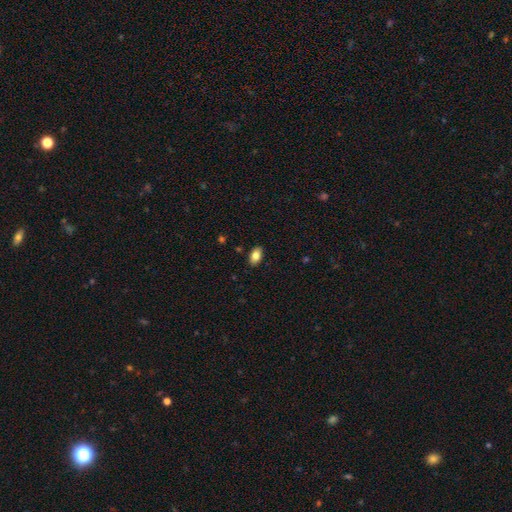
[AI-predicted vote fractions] Q: Smooth or featured?
A: smooth (83%); runner-up: featured or disk (9%)
Q: How rounded?
A: in between (91%); runner-up: round (7%)
Q: Merging?
A: none (89%); runner-up: minor disturbance (8%)